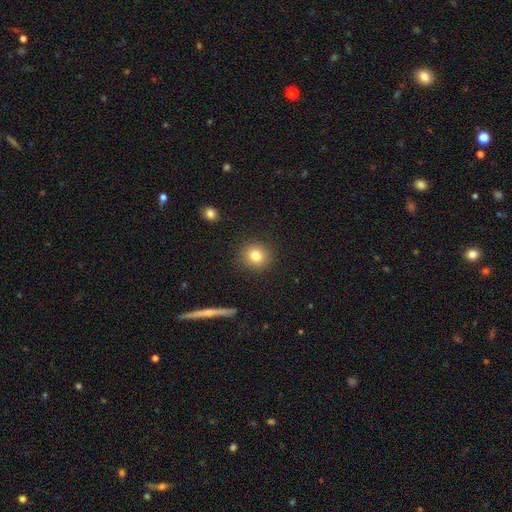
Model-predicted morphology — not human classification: Overall: smooth (82%). How rounded: round (87%). Merging: none (90%).